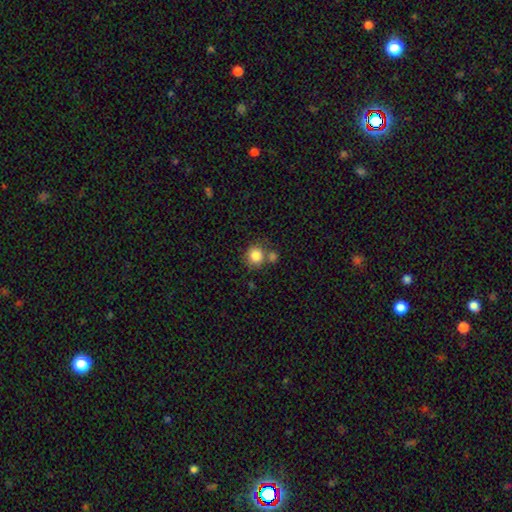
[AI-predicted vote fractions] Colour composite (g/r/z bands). It shows a smooth galaxy with no disk features (84%) that is round (87%). Merging: none (59%).